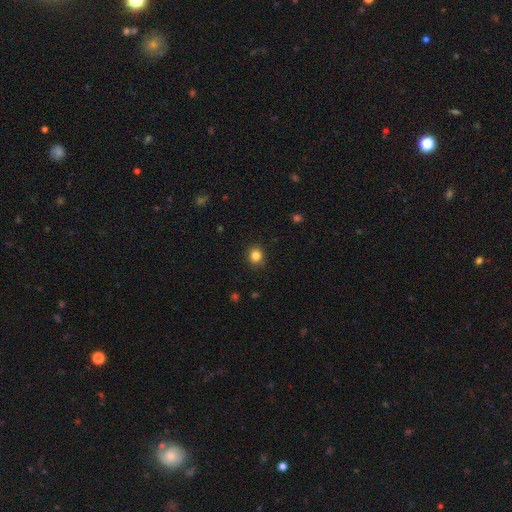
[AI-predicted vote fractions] This appears to be a smooth galaxy with no disk features (84%) that is round (82%). Merging: none (89%).